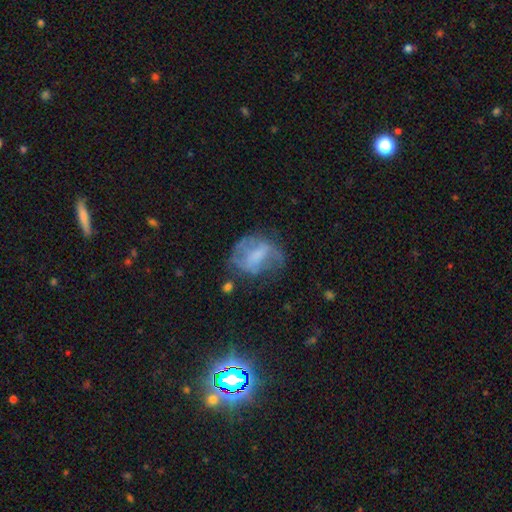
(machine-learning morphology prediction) featured or disk 55%, smooth 34%, star or artifact 11%. Down the decision tree: edge-on disk — no (96%); bar — weak (40%); spiral arms — yes (54%); bulge size — none (40%); merging — none (46%).